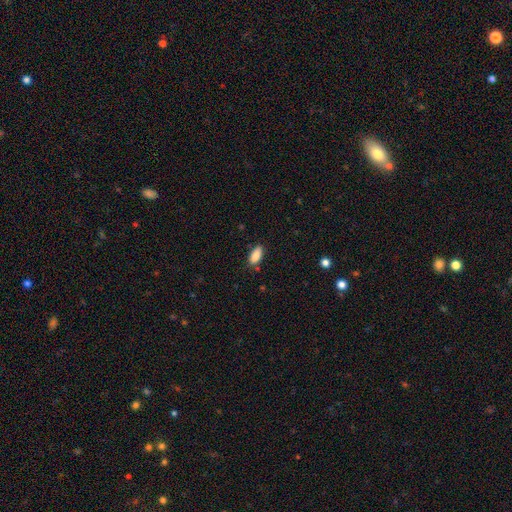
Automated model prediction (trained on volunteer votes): This is clearly a smooth galaxy (87%). How rounded: clearly in between (86%). Merging: clearly none (82%).